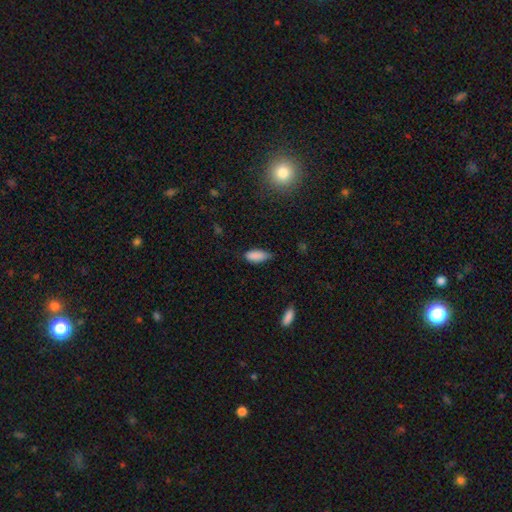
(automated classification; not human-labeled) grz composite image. It shows a smooth galaxy with no disk features (86%) that is in between round and cigar-shaped (84%). Merging: none (57%).